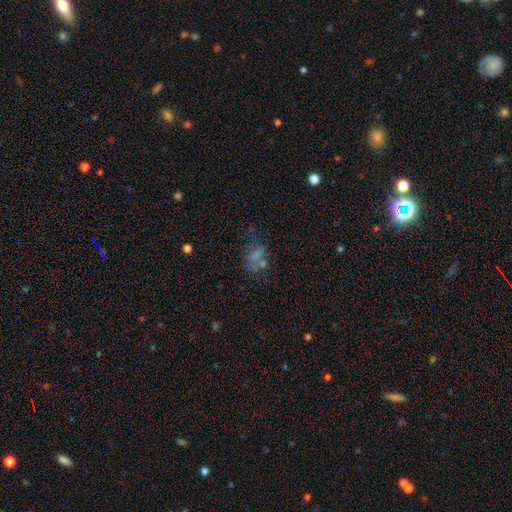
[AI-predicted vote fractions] The model was most divided on "smooth or featured": smooth: 45%, star or artifact: 30%, featured or disk: 25%. Remaining: merging — none (47%).